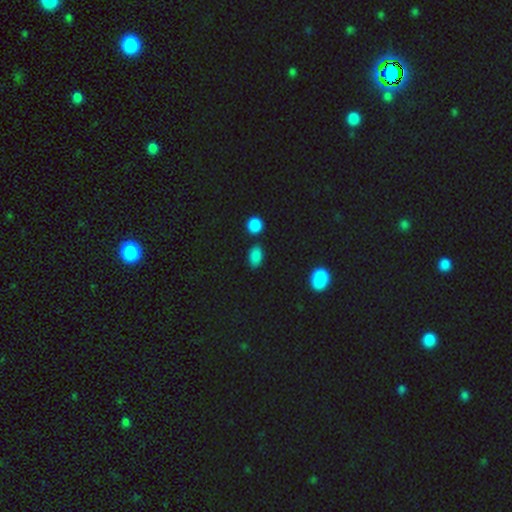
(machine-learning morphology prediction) smooth-or-featured: smooth: 84% | star or artifact: 12% | featured or disk: 4%
  how-rounded: in between: 84% | round: 13% | cigar-shaped: 3%
  merging: none: 79% | minor disturbance: 12% | merger: 6% | major disturbance: 3%